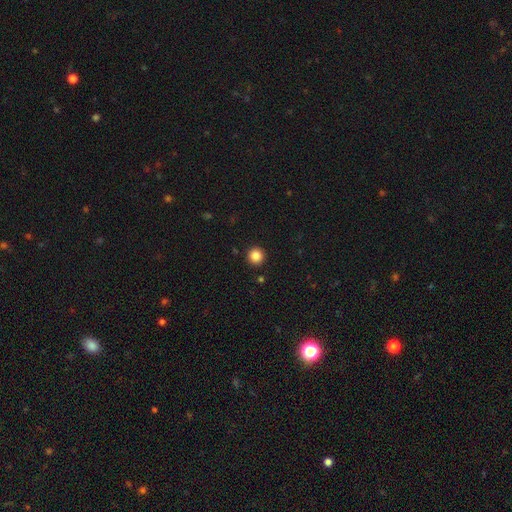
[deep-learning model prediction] smooth 86%, star or artifact 10%, featured or disk 4%. Down the decision tree: how rounded — round (95%); merging — none (93%).